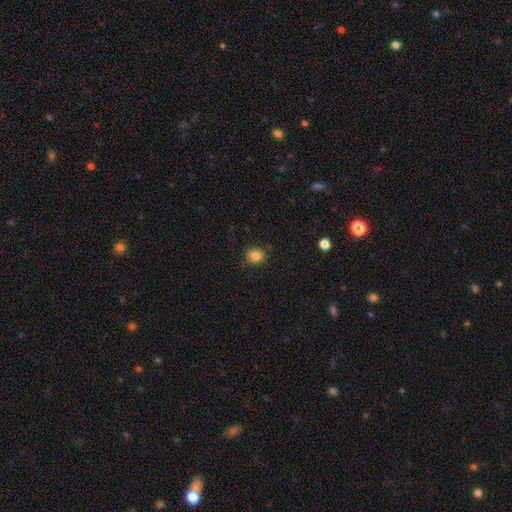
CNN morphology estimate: type=smooth (83%); roundness=round (79%); merging=none (83%).